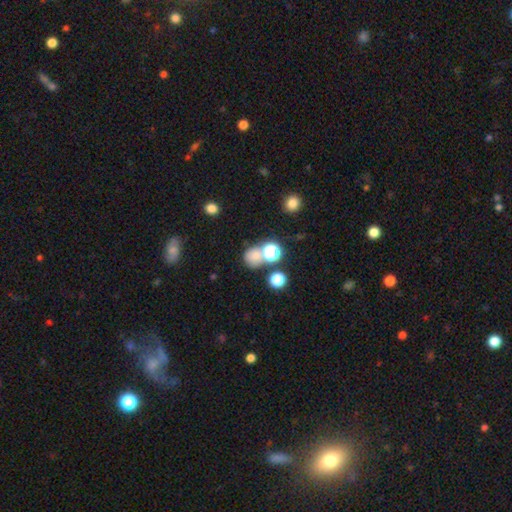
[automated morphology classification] type=smooth (68%); roundness=round (76%); merging=none (51%).